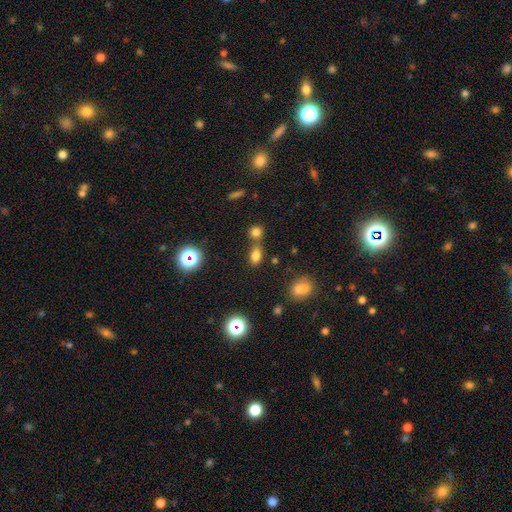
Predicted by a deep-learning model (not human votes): Q: Smooth or featured?
A: smooth (73%); runner-up: star or artifact (19%)
Q: How rounded?
A: in between (74%); runner-up: round (22%)
Q: Merging?
A: none (52%); runner-up: merger (33%)